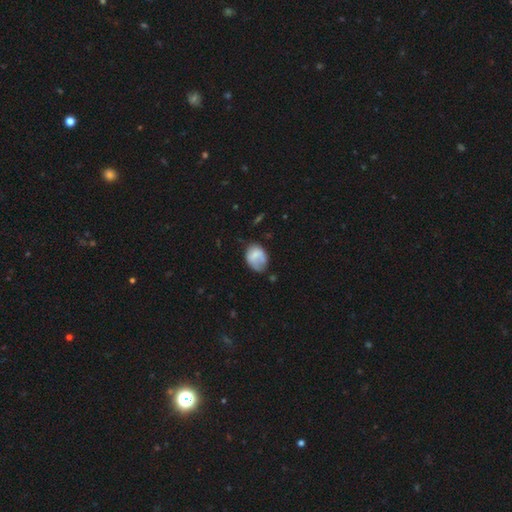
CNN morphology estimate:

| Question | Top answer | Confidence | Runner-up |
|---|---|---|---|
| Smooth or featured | smooth | 65% | featured or disk (27%) |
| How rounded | in between | 66% | round (33%) |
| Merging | none | 42% | minor disturbance (36%) |